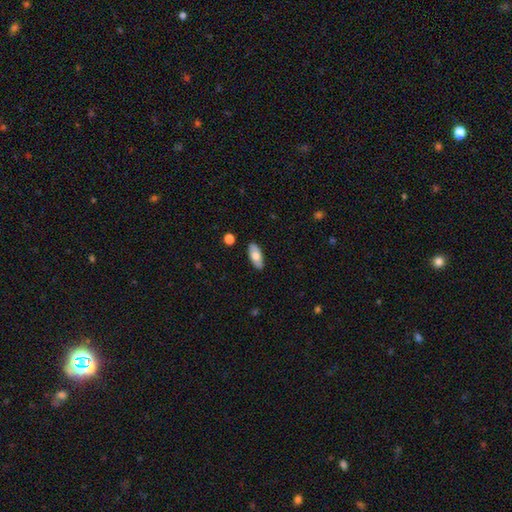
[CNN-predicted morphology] This appears to be a smooth galaxy with no disk features (71%) that is in between round and cigar-shaped (85%). Merging: none (89%).